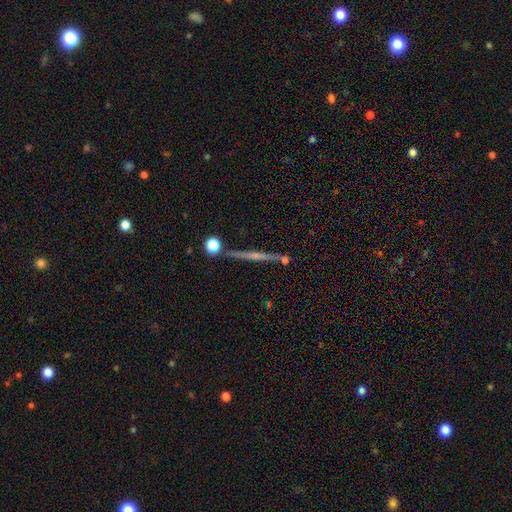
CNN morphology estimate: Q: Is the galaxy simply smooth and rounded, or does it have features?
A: featured or disk — 51%.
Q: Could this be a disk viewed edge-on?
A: yes — 88%.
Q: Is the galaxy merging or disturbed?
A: none — 77%.